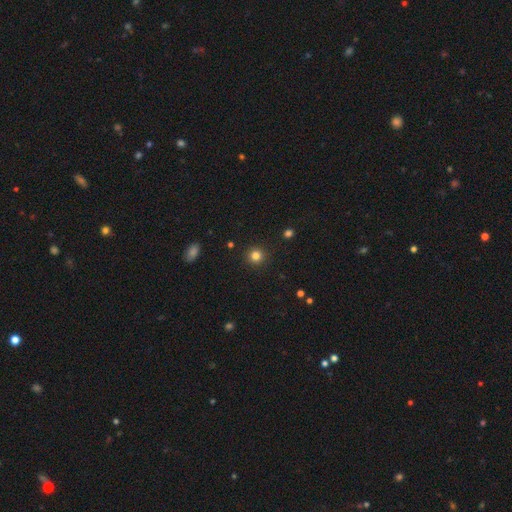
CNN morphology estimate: Q: Smooth or featured?
A: smooth (82%); runner-up: star or artifact (13%)
Q: How rounded?
A: round (94%); runner-up: in between (5%)
Q: Merging?
A: none (92%); runner-up: minor disturbance (5%)